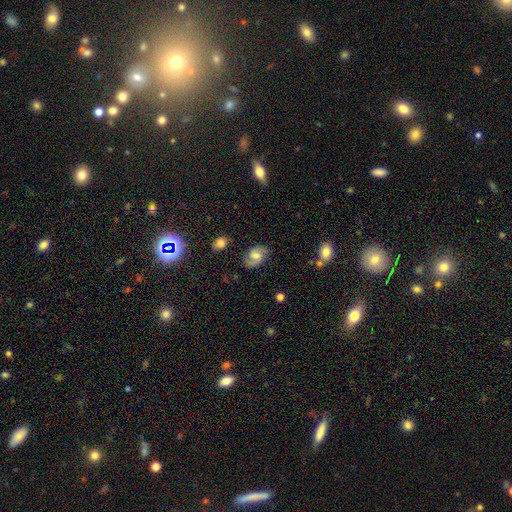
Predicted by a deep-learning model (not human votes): Q: Smooth or featured?
A: featured or disk (70%); runner-up: smooth (22%)
Q: Edge-on disk?
A: no (97%); runner-up: yes (3%)
Q: Bar?
A: no (48%); runner-up: weak (44%)
Q: Spiral arms?
A: yes (93%); runner-up: no (7%)
Q: Spiral winding?
A: medium (51%); runner-up: tight (26%)
Q: Spiral arm count?
A: 2 (89%); runner-up: can't tell (6%)
Q: Bulge size?
A: moderate (58%); runner-up: small (28%)
Q: Merging?
A: none (79%); runner-up: minor disturbance (15%)